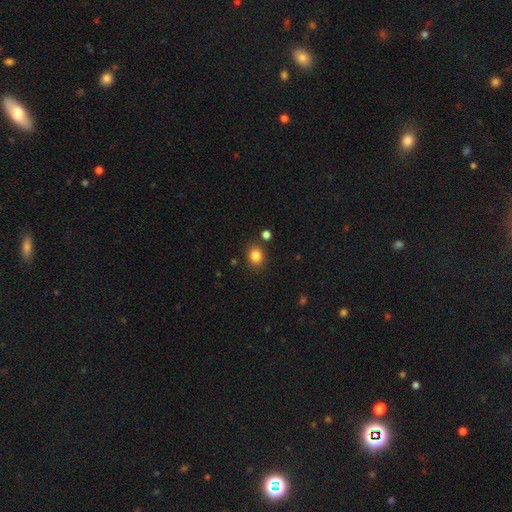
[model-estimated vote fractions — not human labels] Q: Smooth or featured?
A: smooth (83%); runner-up: star or artifact (11%)
Q: How rounded?
A: round (64%); runner-up: in between (35%)
Q: Merging?
A: none (84%); runner-up: minor disturbance (9%)